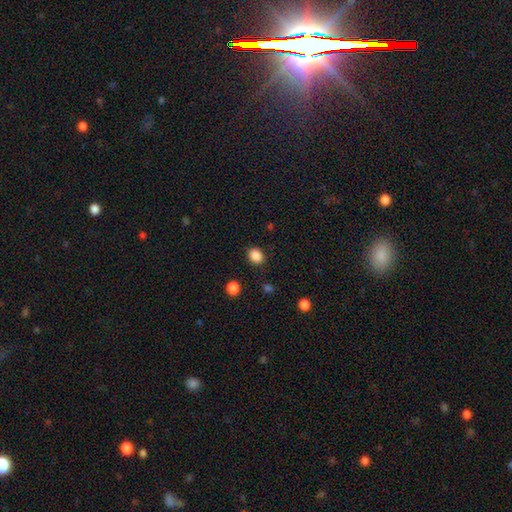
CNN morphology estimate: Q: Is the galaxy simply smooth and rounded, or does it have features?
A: smooth — 87%.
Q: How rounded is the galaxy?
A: round — 61%.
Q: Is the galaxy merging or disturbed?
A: none — 86%.